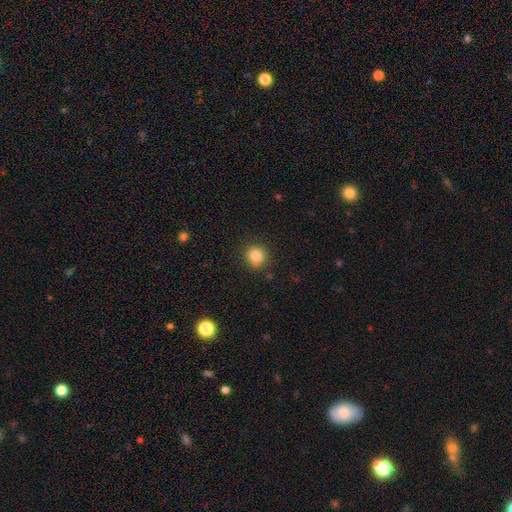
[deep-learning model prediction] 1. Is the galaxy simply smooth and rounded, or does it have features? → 83% smooth, 11% star or artifact, 6% featured or disk.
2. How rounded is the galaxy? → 90% round, 9% in between, 1% cigar-shaped.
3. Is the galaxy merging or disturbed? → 83% none, 11% minor disturbance, 3% merger, 3% major disturbance.